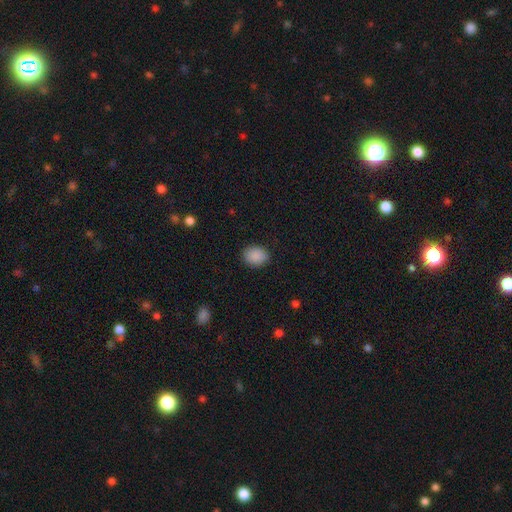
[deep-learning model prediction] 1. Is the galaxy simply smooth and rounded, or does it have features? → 89% smooth, 8% star or artifact, 3% featured or disk.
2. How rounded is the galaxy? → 50% round, 49% in between, 1% cigar-shaped.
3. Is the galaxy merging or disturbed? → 88% none, 9% minor disturbance, 3% major disturbance, 1% merger.